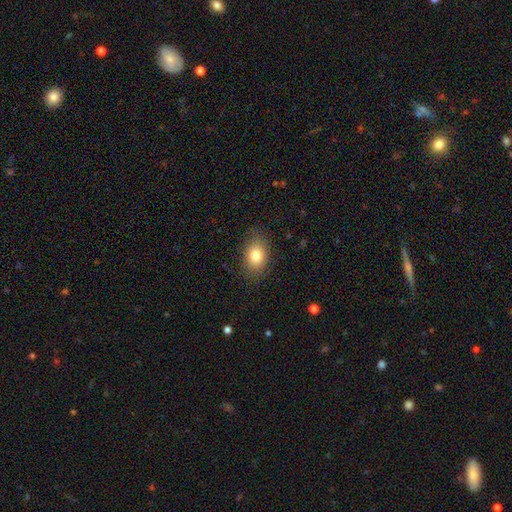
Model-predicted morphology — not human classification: Q: Smooth or featured?
A: smooth (80%); runner-up: featured or disk (10%)
Q: How rounded?
A: in between (72%); runner-up: round (26%)
Q: Merging?
A: none (83%); runner-up: minor disturbance (12%)